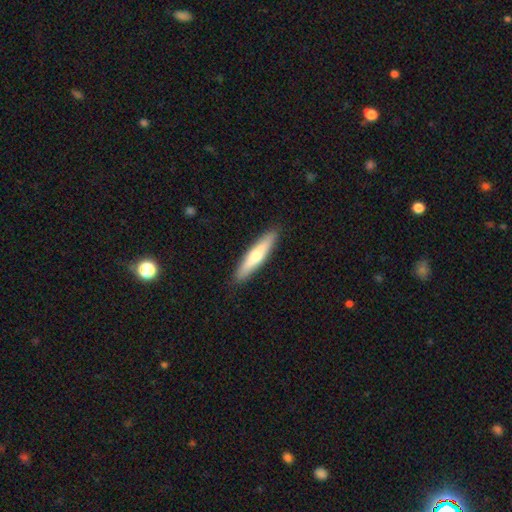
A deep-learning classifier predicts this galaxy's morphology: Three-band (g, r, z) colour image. It shows a smooth galaxy with no disk features (56%) that is cigar-shaped (87%). Merging: none (91%).